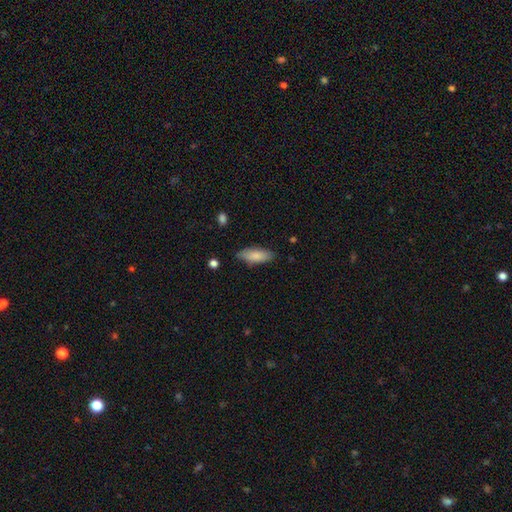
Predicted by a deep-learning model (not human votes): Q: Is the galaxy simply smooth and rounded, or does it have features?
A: smooth — 83%.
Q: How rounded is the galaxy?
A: in between — 69%.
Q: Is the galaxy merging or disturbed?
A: none — 81%.